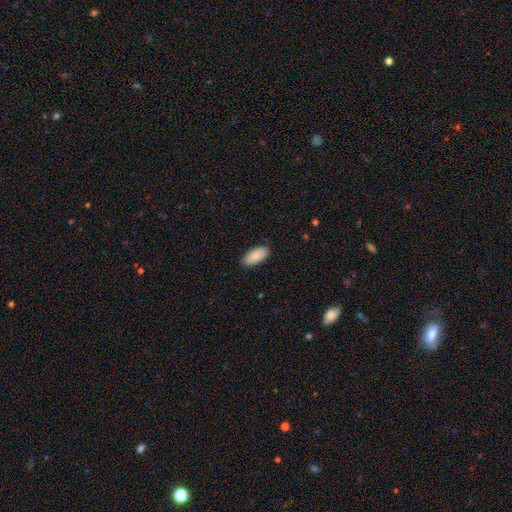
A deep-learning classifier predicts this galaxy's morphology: Smooth or featured? smooth (88%)
How rounded? in between (93%)
Merging? none (88%)